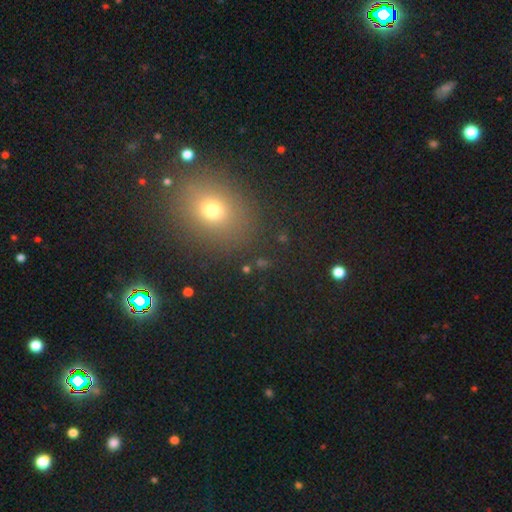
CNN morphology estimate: smooth_or_featured: smooth (p=0.60) [alt: star or artifact p=0.32]
how_rounded: round (p=0.59) [alt: in between p=0.40]
merging: none (p=0.88) [alt: minor disturbance p=0.07]